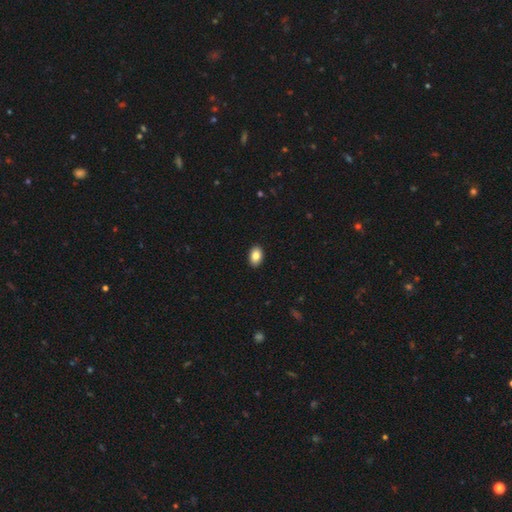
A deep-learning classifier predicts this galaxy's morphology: smooth 84%, star or artifact 8%, featured or disk 8%. Down the decision tree: how rounded — in between (88%); merging — none (91%).